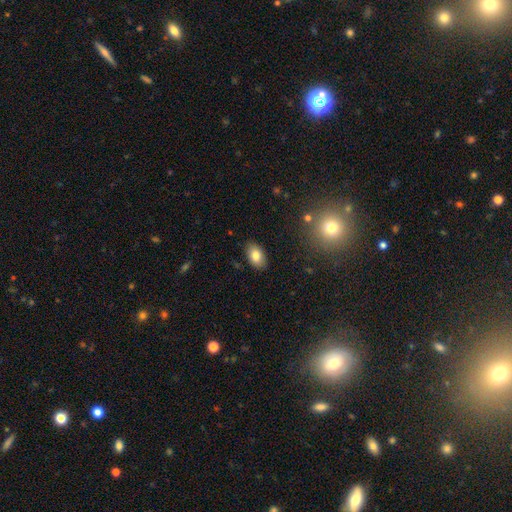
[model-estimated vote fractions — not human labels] The model was most divided on "smooth or featured": smooth: 81%, featured or disk: 11%, star or artifact: 8%. More confident: how rounded — in between (91%); merging — none (87%).